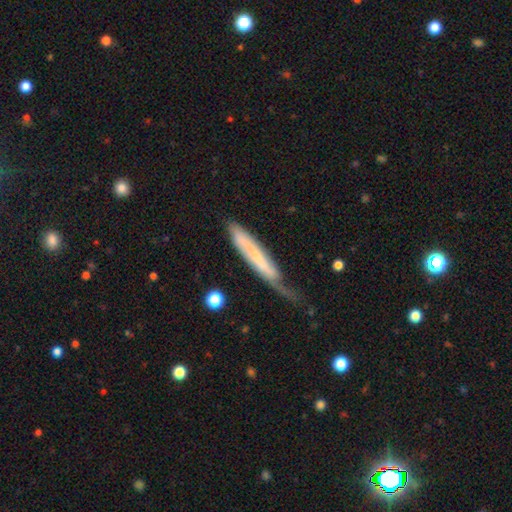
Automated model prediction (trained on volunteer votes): A smooth galaxy with no disk features (50%) that is cigar-shaped (89%).

Vote fractions:
- Smooth or featured? smooth: 50% / featured or disk: 44% / star or artifact: 6%
- How rounded? cigar-shaped: 89% / in between: 9% / round: 1%
- Merging? minor disturbance: 35% (tied) / none: 35% (tied) / major disturbance: 26% / merger: 4%